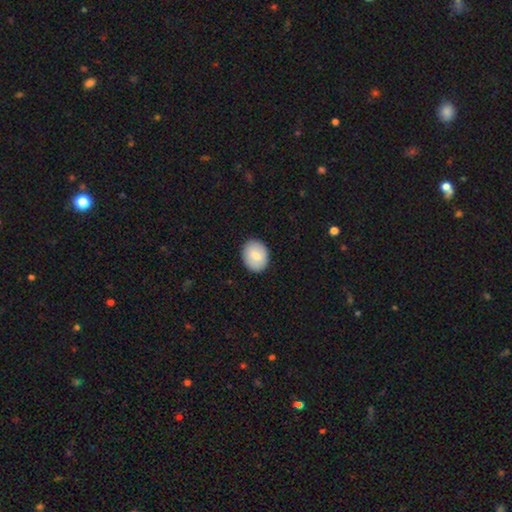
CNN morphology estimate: Smooth or featured? Predicted: smooth (p=0.80). How rounded? Predicted: round (p=0.52). Merging? Predicted: none (p=0.89).